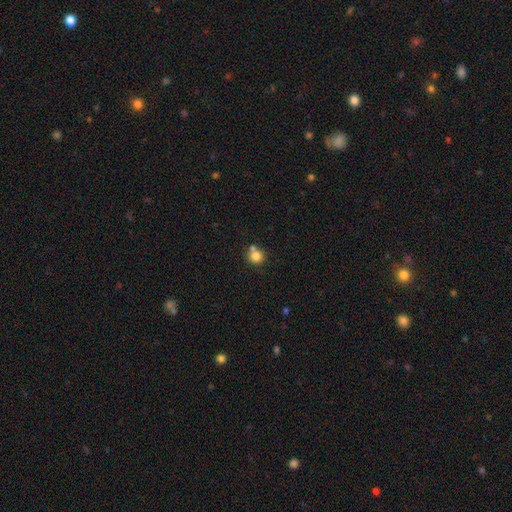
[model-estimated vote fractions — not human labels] smooth-or-featured: smooth: 81% | star or artifact: 11% | featured or disk: 8%
  how-rounded: round: 89% | in between: 10% | cigar-shaped: 1%
  merging: none: 63% | merger: 24% | minor disturbance: 10% | major disturbance: 3%